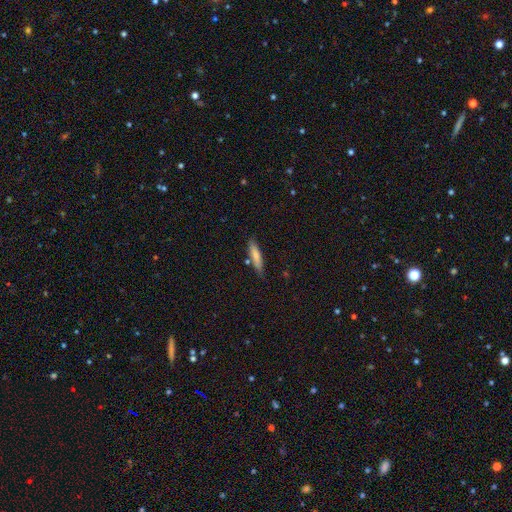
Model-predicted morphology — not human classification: Smooth or featured: smooth — 76% (featured or disk — 18%)
How rounded: cigar-shaped — 83% (in between — 15%)
Merging: none — 80% (minor disturbance — 13%)